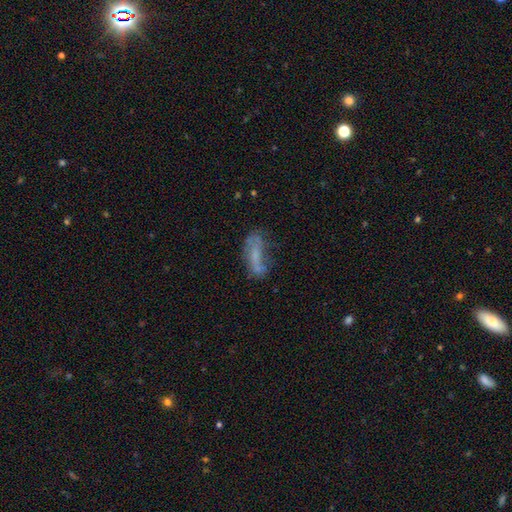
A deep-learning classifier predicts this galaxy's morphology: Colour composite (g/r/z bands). It shows a featured or disk galaxy (47%). Merging: none (42%).